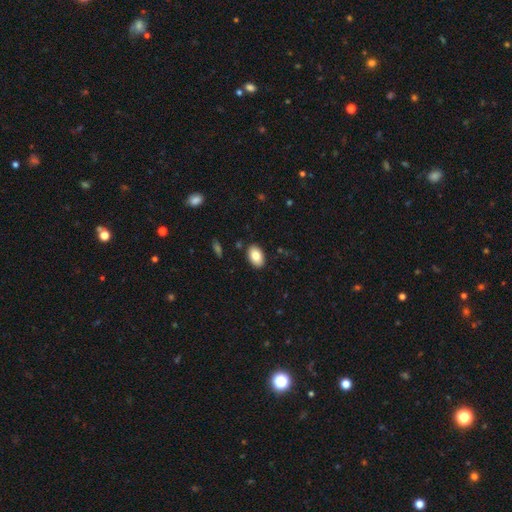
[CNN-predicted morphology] A smooth galaxy with no disk features (84%) that is in between round and cigar-shaped (91%).

Vote fractions:
- Smooth or featured? smooth: 84% / featured or disk: 9% / star or artifact: 7%
- How rounded? in between: 91% / round: 8% / cigar-shaped: 1%
- Merging? none: 88% / minor disturbance: 8% / major disturbance: 2% / merger: 2%